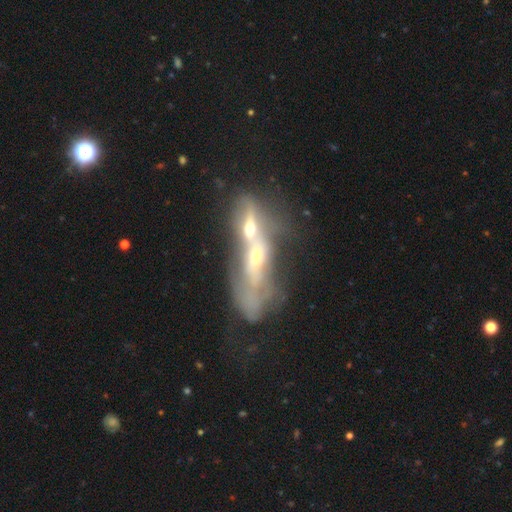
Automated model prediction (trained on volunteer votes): This is likely a featured or disk galaxy (67%). It is likely not viewed edge-on (67%). Merging: likely merger (71%).